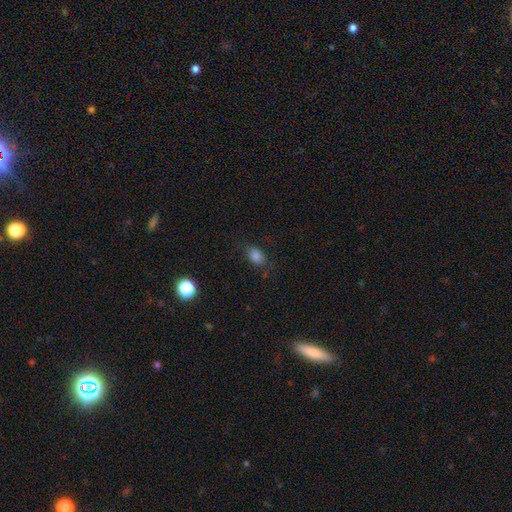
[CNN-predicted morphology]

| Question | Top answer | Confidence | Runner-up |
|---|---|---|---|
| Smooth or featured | smooth | 81% | star or artifact (13%) |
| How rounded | in between | 81% | round (17%) |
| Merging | none | 72% | minor disturbance (19%) |